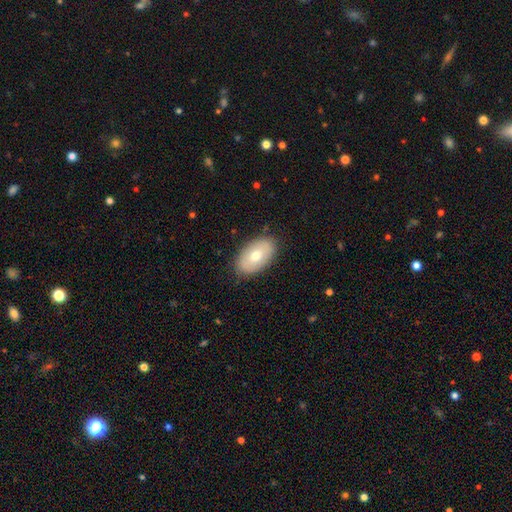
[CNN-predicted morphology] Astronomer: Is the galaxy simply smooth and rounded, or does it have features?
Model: smooth — 68%.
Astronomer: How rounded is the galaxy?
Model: in between — 94%.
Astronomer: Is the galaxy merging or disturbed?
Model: none — 86%.